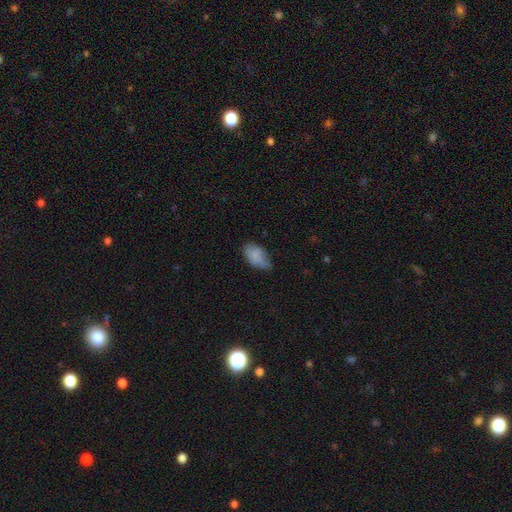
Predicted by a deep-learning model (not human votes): This is likely a smooth galaxy (80%). How rounded: clearly in between (93%). Merging: marginally none (45%).